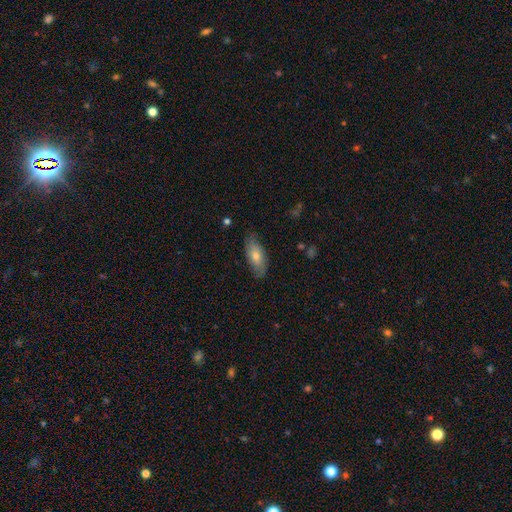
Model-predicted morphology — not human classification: A smooth galaxy with no disk features (63%) that is in between round and cigar-shaped (78%).

Vote fractions:
- Smooth or featured? smooth: 63% / featured or disk: 30% / star or artifact: 7%
- How rounded? in between: 78% / cigar-shaped: 20% / round: 3%
- Merging? none: 80% / minor disturbance: 16% / major disturbance: 3% / merger: 1%